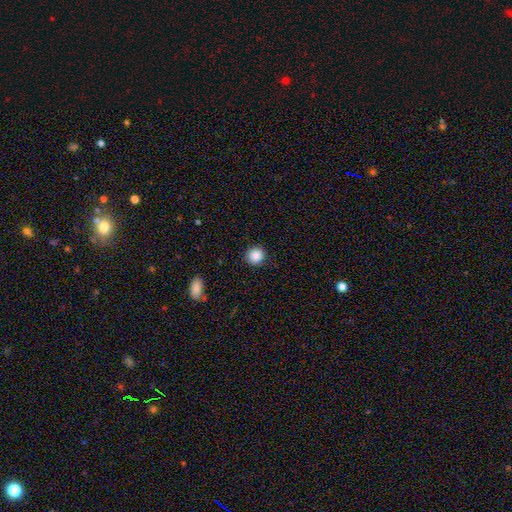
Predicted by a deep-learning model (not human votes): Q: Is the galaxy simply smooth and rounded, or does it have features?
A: smooth — 88%.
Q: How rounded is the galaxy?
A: round — 93%.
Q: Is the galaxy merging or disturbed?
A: none — 91%.